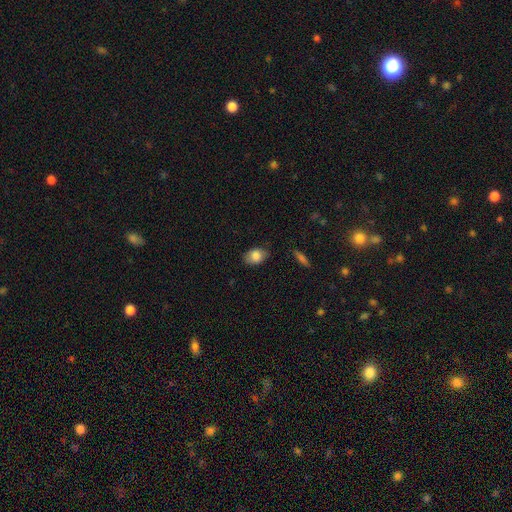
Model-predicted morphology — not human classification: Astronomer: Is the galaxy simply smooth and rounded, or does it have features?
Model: smooth — 82%.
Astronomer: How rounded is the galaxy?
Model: in between — 81%.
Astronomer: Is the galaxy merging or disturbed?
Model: none — 77%.